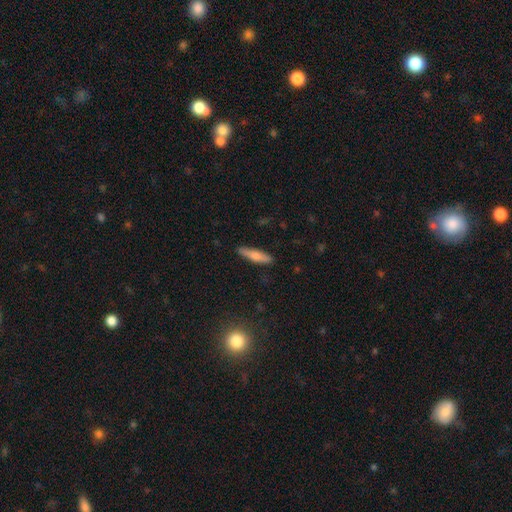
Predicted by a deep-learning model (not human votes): This is likely a smooth galaxy (67%). How rounded: clearly cigar-shaped (80%). Merging: clearly none (88%).